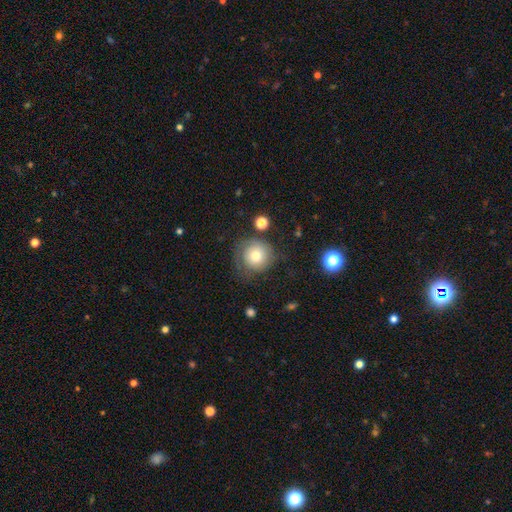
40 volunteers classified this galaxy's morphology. smooth_or_featured: smooth (p=0.62) [alt: featured or disk p=0.30]
how_rounded: round (p=1.00)
merging: none (p=0.51) [alt: minor disturbance p=0.24]